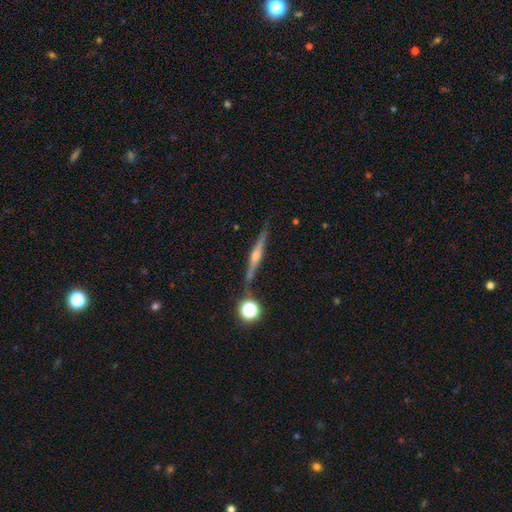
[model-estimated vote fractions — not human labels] The model was most divided on "smooth or featured": featured or disk: 81%, smooth: 11%, star or artifact: 7%. More confident: edge-on disk — yes (98%); edge-on bulge — rounded (89%); merging — none (84%).